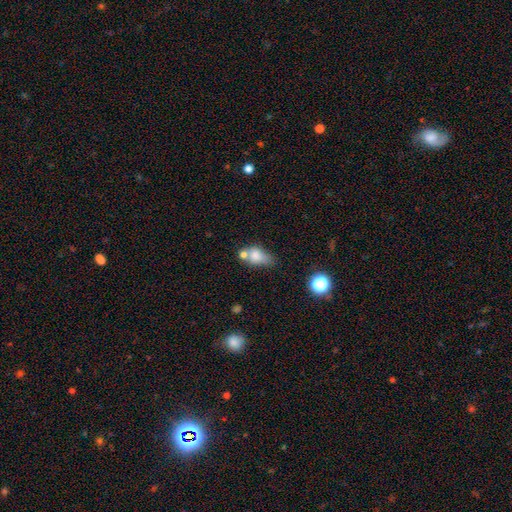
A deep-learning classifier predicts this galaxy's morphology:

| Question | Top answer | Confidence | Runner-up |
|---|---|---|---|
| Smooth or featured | smooth | 74% | featured or disk (15%) |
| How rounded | in between | 74% | round (22%) |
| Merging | none | 34% | merger (33%) |